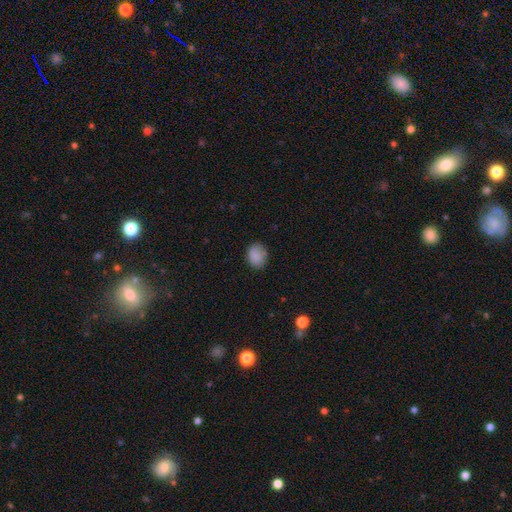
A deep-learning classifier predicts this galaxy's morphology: Q: Smooth or featured?
A: smooth (86%); runner-up: star or artifact (8%)
Q: How rounded?
A: in between (55%); runner-up: round (44%)
Q: Merging?
A: none (77%); runner-up: minor disturbance (18%)